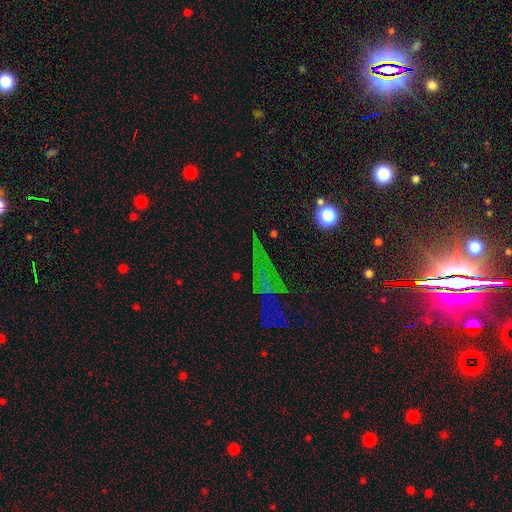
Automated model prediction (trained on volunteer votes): Smooth or featured: star or artifact — 59% (smooth — 21%)